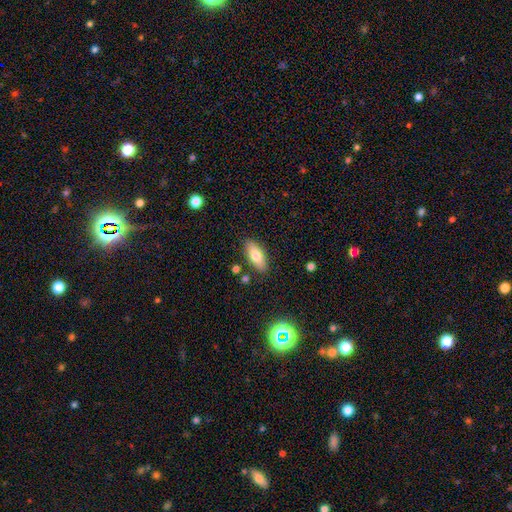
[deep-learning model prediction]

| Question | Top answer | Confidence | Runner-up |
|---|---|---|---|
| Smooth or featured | smooth | 72% | featured or disk (21%) |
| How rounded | in between | 77% | cigar-shaped (20%) |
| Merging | none | 84% | minor disturbance (10%) |